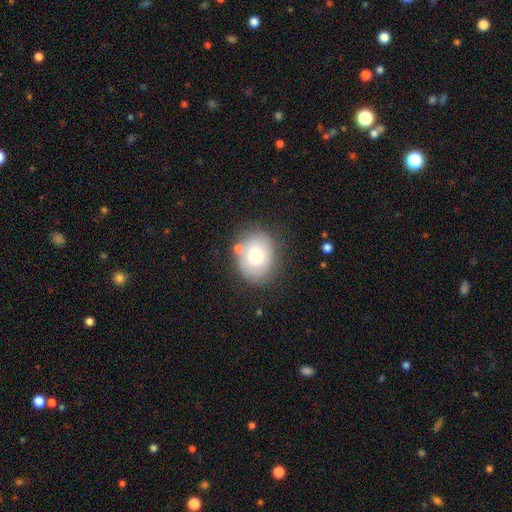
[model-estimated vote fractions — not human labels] A smooth galaxy with no disk features (68%) that is round (61%).

Vote fractions:
- Smooth or featured? smooth: 68% / featured or disk: 23% / star or artifact: 9%
- How rounded? round: 61% / in between: 38% / cigar-shaped: 1%
- Merging? none: 74% / minor disturbance: 15% / merger: 7% / major disturbance: 5%